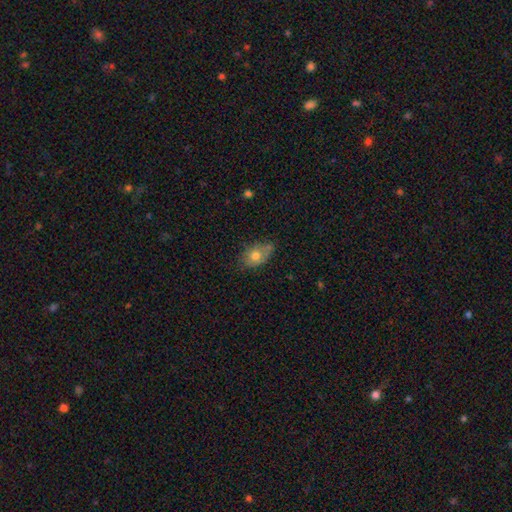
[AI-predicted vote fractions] Smooth or featured? smooth (72%)
How rounded? in between (80%)
Merging? none (55%)